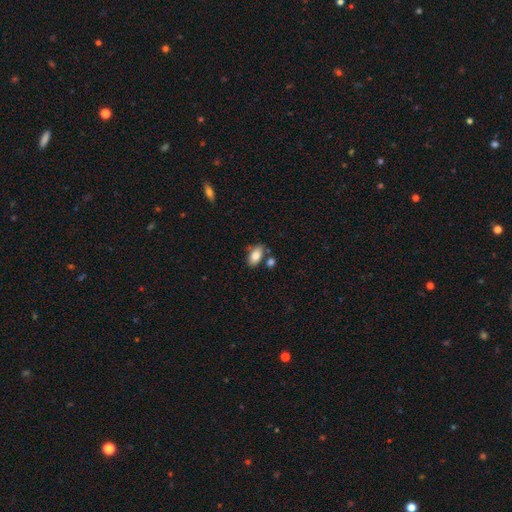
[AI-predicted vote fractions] Morphology: type=smooth (81%); roundness=in between (93%); merging=none (70%).